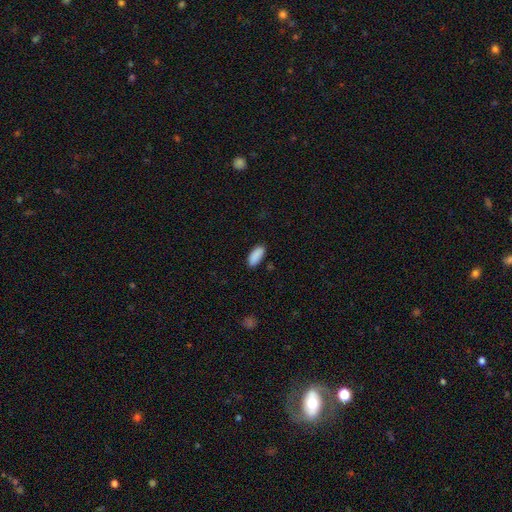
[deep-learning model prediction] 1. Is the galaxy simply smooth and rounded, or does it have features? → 90% smooth, 7% star or artifact, 3% featured or disk.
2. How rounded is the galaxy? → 87% in between, 12% cigar-shaped, 2% round.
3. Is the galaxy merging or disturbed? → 85% none, 11% minor disturbance, 2% major disturbance, 2% merger.